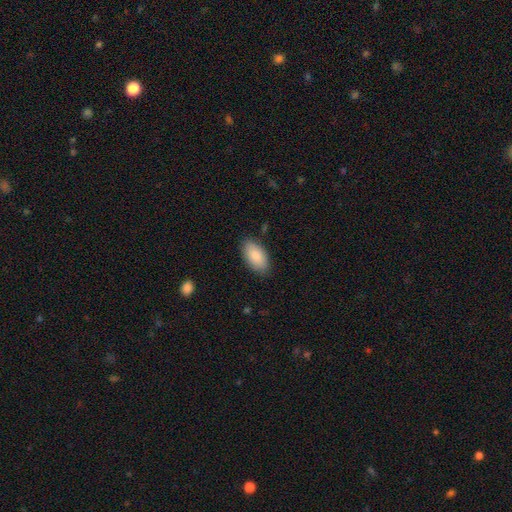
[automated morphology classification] This appears to be a smooth galaxy with no disk features (87%) that is in between round and cigar-shaped (94%). Merging: none (84%).